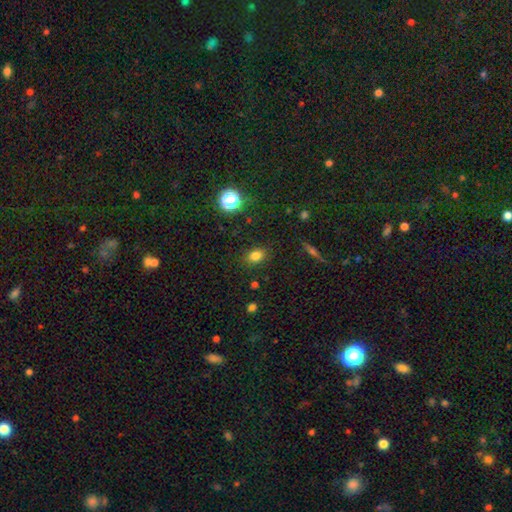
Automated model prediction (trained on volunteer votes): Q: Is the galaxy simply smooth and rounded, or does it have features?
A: smooth — 78%.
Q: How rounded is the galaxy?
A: in between — 63%.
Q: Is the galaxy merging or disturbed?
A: none — 85%.